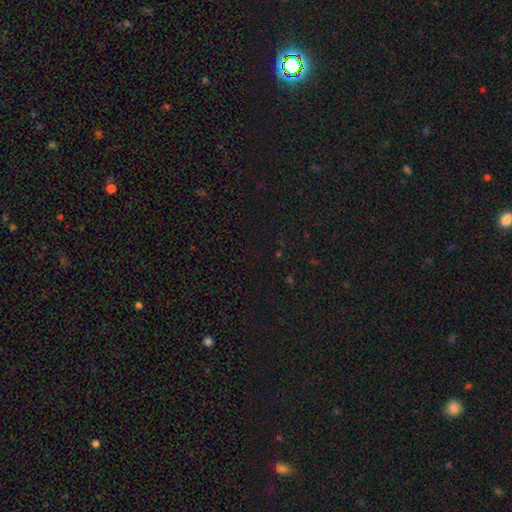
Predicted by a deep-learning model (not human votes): star or artifact 64%, smooth 29%, featured or disk 8%.